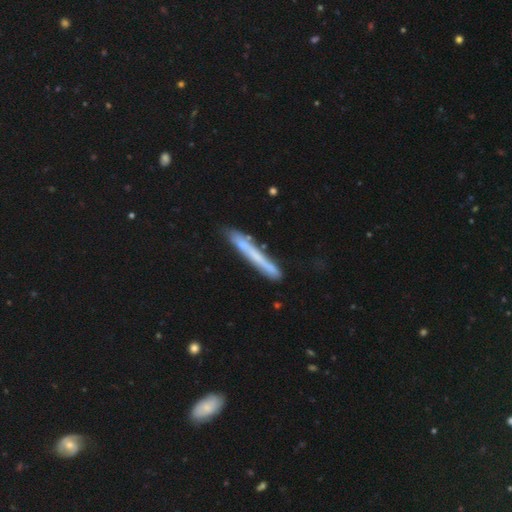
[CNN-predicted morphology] Smooth or featured? Predicted: smooth (p=0.51). How rounded? Predicted: cigar-shaped (p=0.96). Merging? Predicted: none (p=0.79).